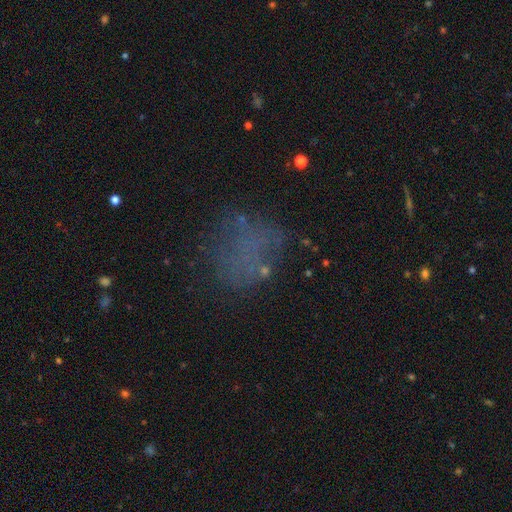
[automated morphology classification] Smooth or featured: smooth — 45% (star or artifact — 32%)
Merging: none — 64% (minor disturbance — 16%)